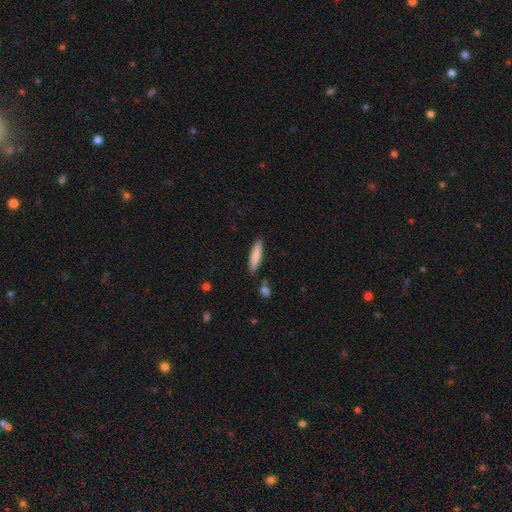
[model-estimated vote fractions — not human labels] Smooth or featured? smooth (80%)
How rounded? cigar-shaped (85%)
Merging? none (85%)